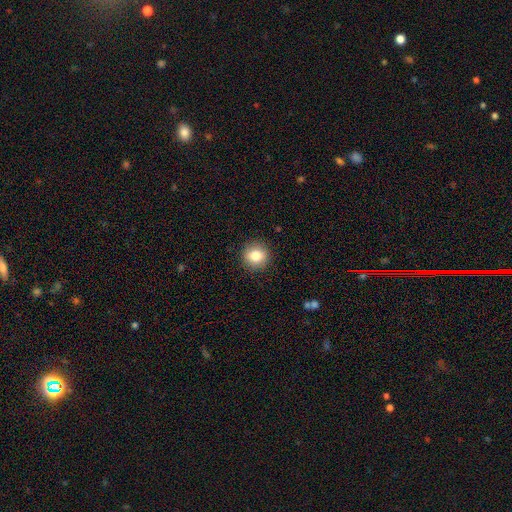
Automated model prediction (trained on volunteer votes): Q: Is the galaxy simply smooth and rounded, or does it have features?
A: smooth — 83%.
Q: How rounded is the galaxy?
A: round — 91%.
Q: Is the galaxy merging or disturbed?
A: none — 91%.